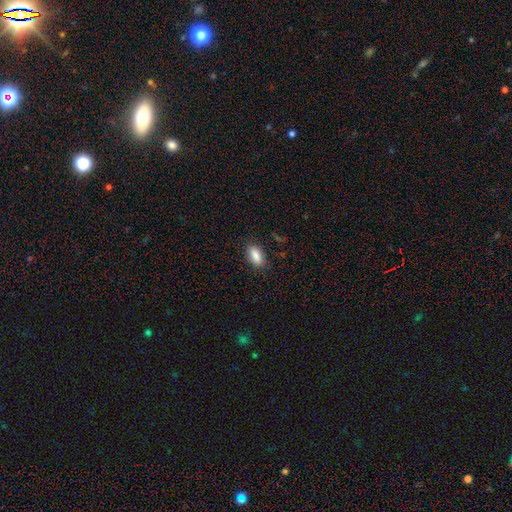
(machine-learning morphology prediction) Q: Smooth or featured?
A: smooth (87%); runner-up: star or artifact (7%)
Q: How rounded?
A: in between (89%); runner-up: cigar-shaped (7%)
Q: Merging?
A: none (85%); runner-up: minor disturbance (12%)